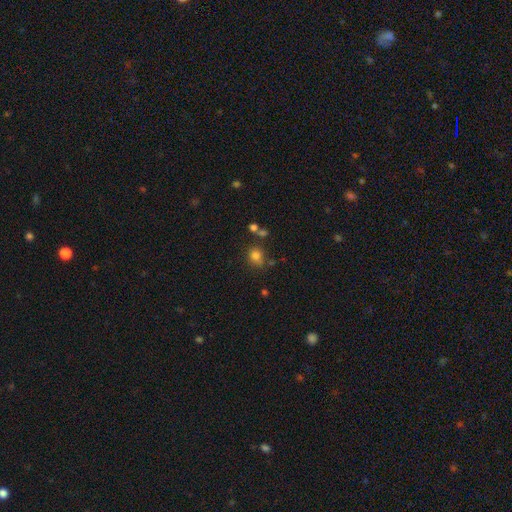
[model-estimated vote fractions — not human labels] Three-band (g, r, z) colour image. It shows a smooth galaxy with no disk features (78%) that is round (71%). Merging: none (68%).